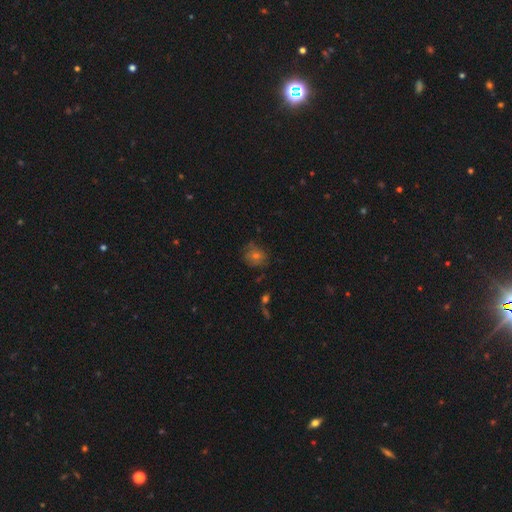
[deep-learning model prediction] smooth-or-featured: smooth: 51% | featured or disk: 25% | star or artifact: 24%
  how-rounded: round: 74% | in between: 24% | cigar-shaped: 1%
  merging: none: 74% | minor disturbance: 18% | major disturbance: 6% | merger: 2%